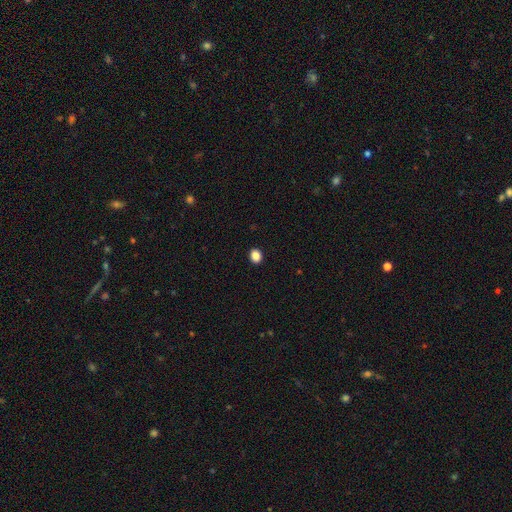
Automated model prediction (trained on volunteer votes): The model was most divided on "how rounded": round: 51%, in between: 48%, cigar-shaped: 1%. More confident: merging — none (92%); smooth or featured — smooth (88%).